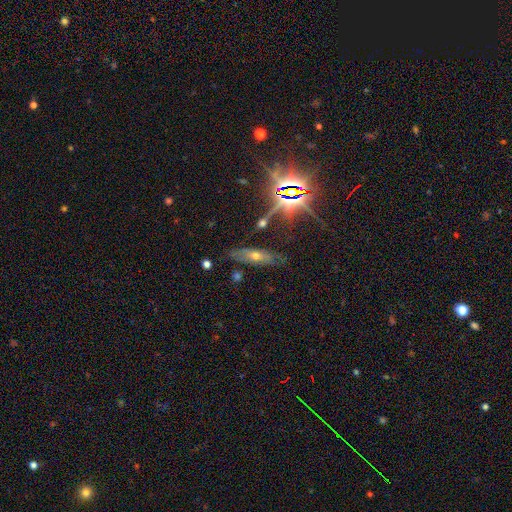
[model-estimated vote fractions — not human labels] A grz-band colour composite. It shows a featured or disk galaxy (38%). Merging: none (75%).